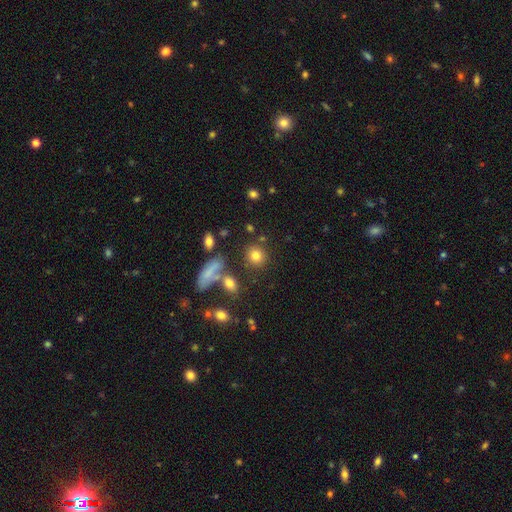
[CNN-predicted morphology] type=smooth (78%); roundness=round (84%); merging=none (78%).